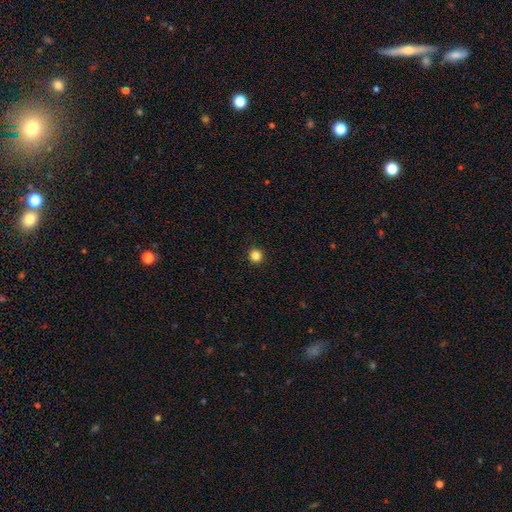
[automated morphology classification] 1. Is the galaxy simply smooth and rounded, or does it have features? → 84% smooth, 12% star or artifact, 4% featured or disk.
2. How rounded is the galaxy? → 95% round, 5% in between, 1% cigar-shaped.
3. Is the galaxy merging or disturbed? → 93% none, 4% minor disturbance, 1% major disturbance, 1% merger.